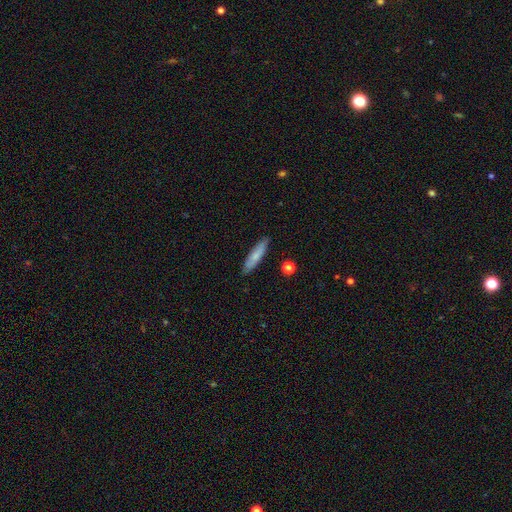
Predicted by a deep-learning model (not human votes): The model was most divided on "smooth or featured": smooth: 73%, featured or disk: 20%, star or artifact: 6%. More confident: merging — none (87%); how rounded — cigar-shaped (81%).